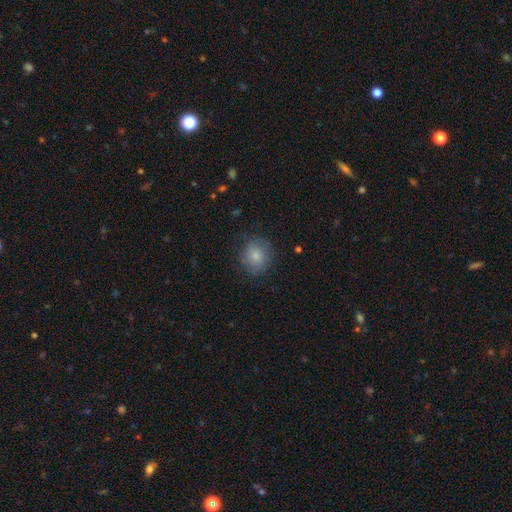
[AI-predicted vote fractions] A smooth galaxy with no disk features (76%) that is round (81%). Merging: none (79%).